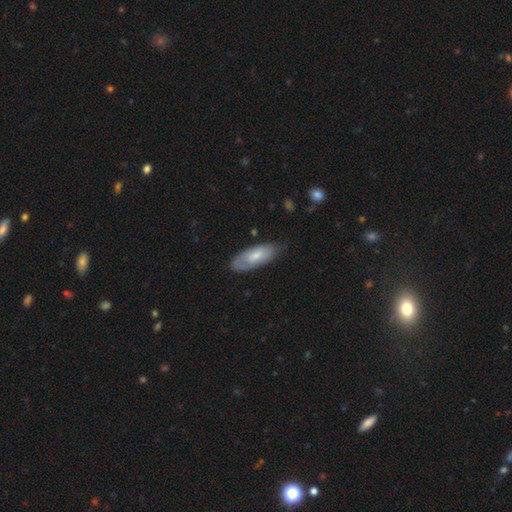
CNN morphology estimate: smooth-or-featured: smooth: 67% | featured or disk: 28% | star or artifact: 6%
  how-rounded: in between: 79% | cigar-shaped: 19% | round: 2%
  merging: none: 72% | minor disturbance: 22% | major disturbance: 5% | merger: 1%